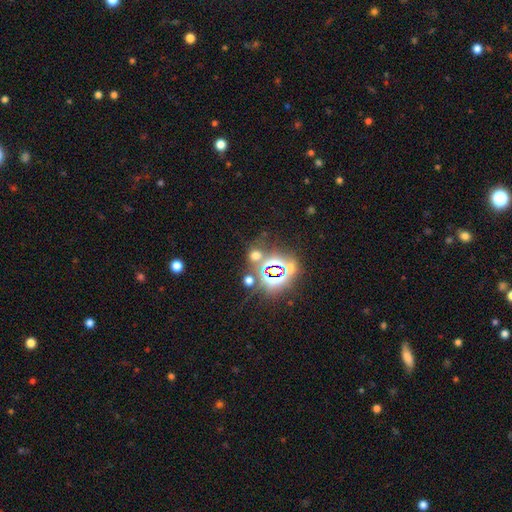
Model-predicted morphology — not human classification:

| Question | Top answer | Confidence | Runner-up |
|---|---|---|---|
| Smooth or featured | star or artifact | 53% | smooth (40%) |